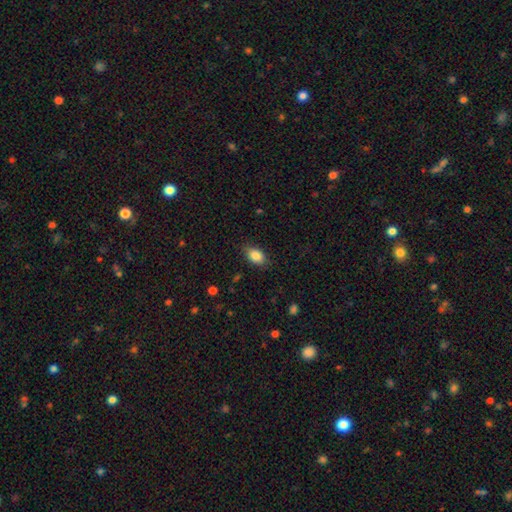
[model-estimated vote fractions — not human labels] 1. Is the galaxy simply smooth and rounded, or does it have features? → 85% smooth, 8% star or artifact, 7% featured or disk.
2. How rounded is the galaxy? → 85% in between, 12% round, 2% cigar-shaped.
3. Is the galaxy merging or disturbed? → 80% none, 15% minor disturbance, 3% major disturbance, 1% merger.